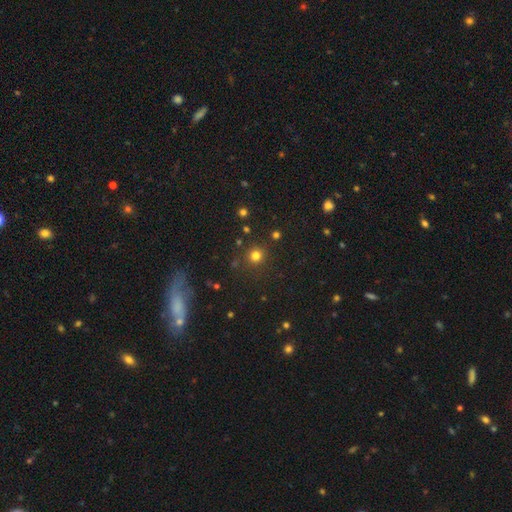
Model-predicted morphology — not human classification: Smooth or featured: smooth — 77% (star or artifact — 18%)
How rounded: round — 93% (in between — 6%)
Merging: none — 87% (minor disturbance — 7%)